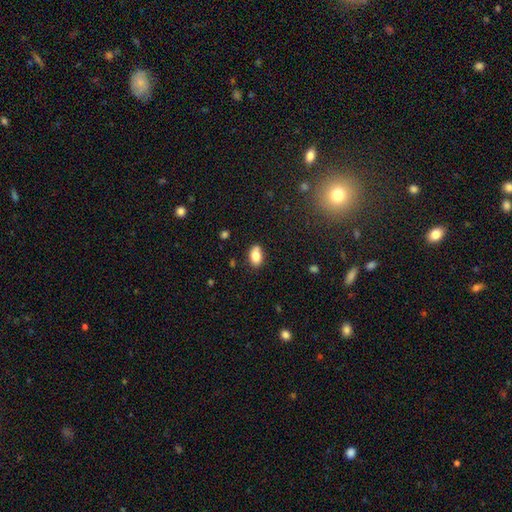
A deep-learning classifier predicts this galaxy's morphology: The model was most divided on "merging": none: 80%, minor disturbance: 14%, merger: 3%, major disturbance: 3%. More confident: how rounded — in between (89%); smooth or featured — smooth (83%).